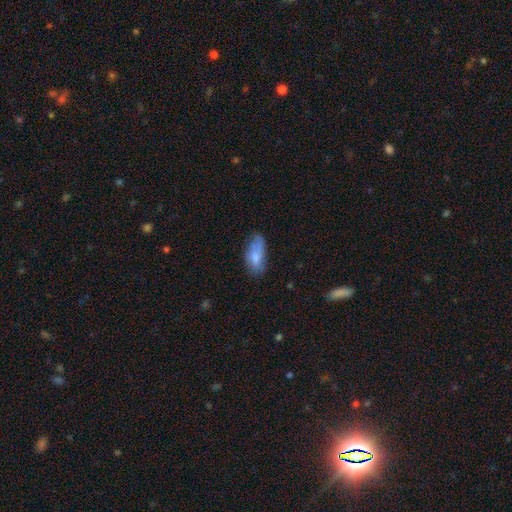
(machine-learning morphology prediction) The model was most divided on "merging": none: 46%, minor disturbance: 33%, major disturbance: 17%, merger: 4%. More confident: how rounded — in between (88%); smooth or featured — smooth (69%).